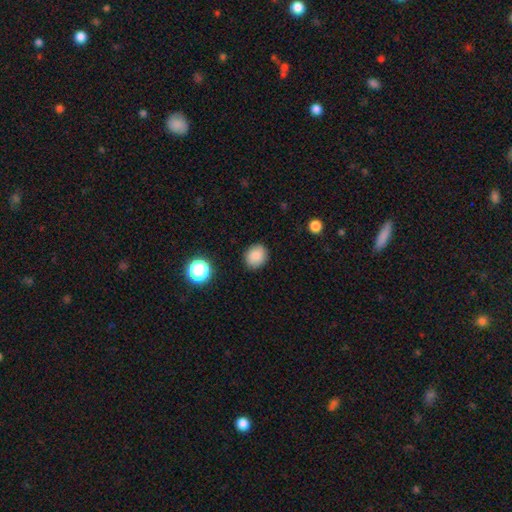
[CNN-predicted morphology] Q: Smooth or featured?
A: smooth (85%); runner-up: star or artifact (10%)
Q: How rounded?
A: round (68%); runner-up: in between (31%)
Q: Merging?
A: none (88%); runner-up: minor disturbance (9%)